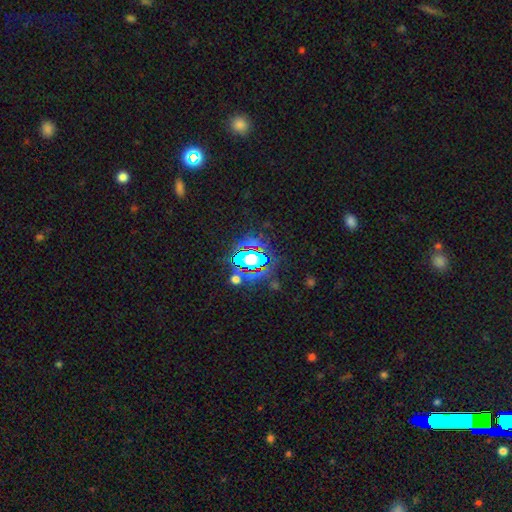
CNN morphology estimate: smooth-or-featured: star or artifact: 67% | smooth: 20% | featured or disk: 13%